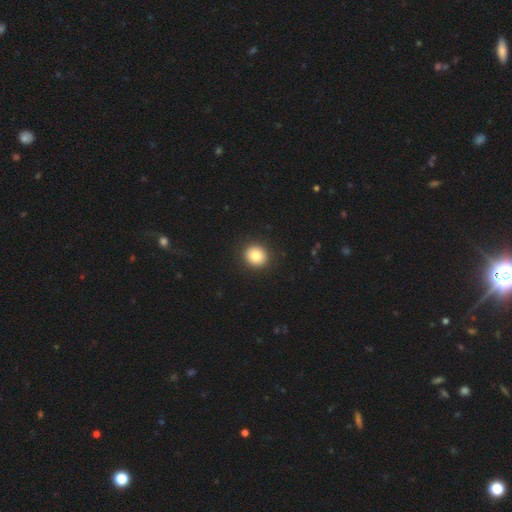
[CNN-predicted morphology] A smooth galaxy with no disk features (83%) that is round (86%).

Vote fractions:
- Smooth or featured? smooth: 83% / star or artifact: 9% / featured or disk: 8%
- How rounded? round: 86% / in between: 13% / cigar-shaped: 1%
- Merging? none: 92% / minor disturbance: 5% / major disturbance: 2% / merger: 1%